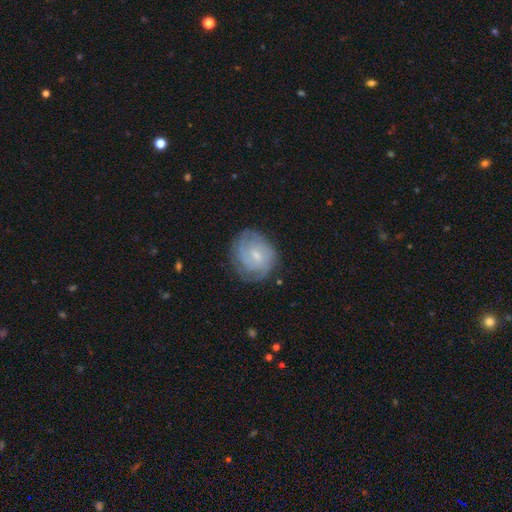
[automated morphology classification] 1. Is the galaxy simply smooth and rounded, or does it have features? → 68% featured or disk, 25% smooth, 7% star or artifact.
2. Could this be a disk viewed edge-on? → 97% no, 3% yes.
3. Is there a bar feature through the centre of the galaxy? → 52% weak, 41% no, 7% strong.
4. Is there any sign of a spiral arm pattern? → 90% yes, 10% no.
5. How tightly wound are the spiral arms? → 61% tight, 30% medium, 9% loose.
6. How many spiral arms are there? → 43% can't tell, 20% 2, 18% 3, 10% 4, 5% 1, 5% more than 4.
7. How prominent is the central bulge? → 62% small, 28% moderate, 7% none, 2% large, 1% dominant.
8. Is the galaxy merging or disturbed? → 74% none, 18% minor disturbance, 7% major disturbance, 1% merger.